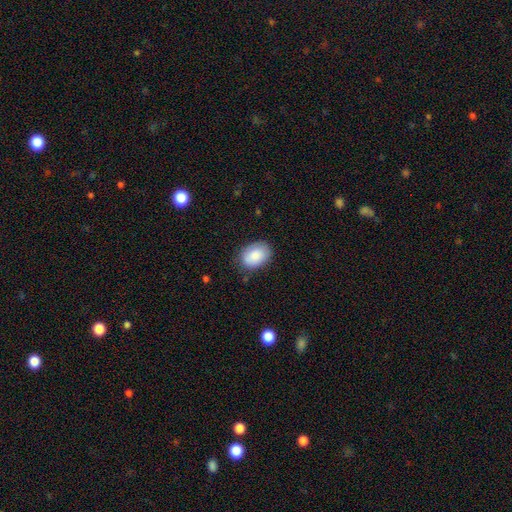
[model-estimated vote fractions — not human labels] Smooth or featured?
  - smooth: 86% *
  - featured or disk: 7%
  - star or artifact: 7%
How rounded?
  - in between: 79% *
  - round: 21%
  - cigar-shaped: 1%
Merging?
  - none: 79% *
  - minor disturbance: 16%
  - major disturbance: 3%
  - merger: 1%